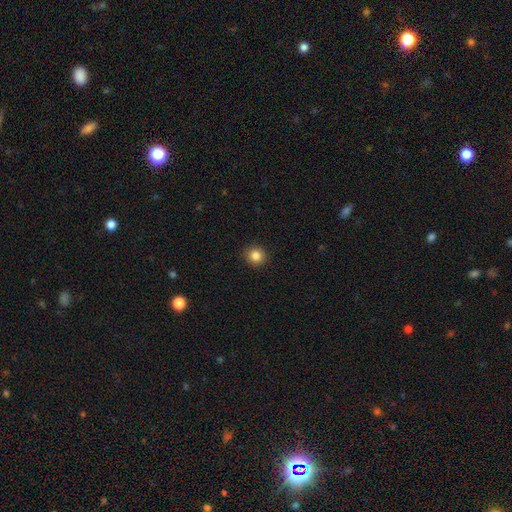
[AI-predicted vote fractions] A smooth galaxy with no disk features (85%) that is round (91%).

Vote fractions:
- Smooth or featured? smooth: 85% / star or artifact: 11% / featured or disk: 4%
- How rounded? round: 91% / in between: 8% / cigar-shaped: 1%
- Merging? none: 92% / minor disturbance: 5% / major disturbance: 2% / merger: 1%